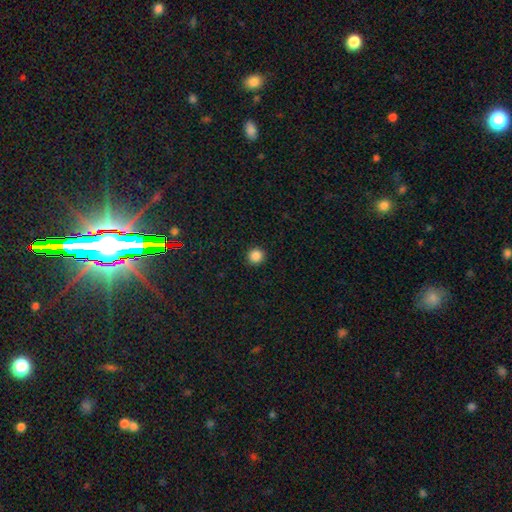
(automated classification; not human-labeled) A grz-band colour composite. It shows a smooth galaxy with no disk features (86%) that is round (93%). Merging: none (93%).